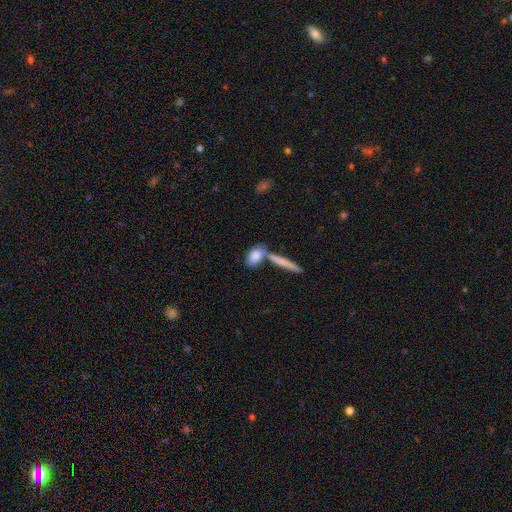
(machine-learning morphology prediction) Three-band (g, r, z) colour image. It shows a smooth galaxy with no disk features (79%) that is in between round and cigar-shaped (72%). Merging: none (50%).